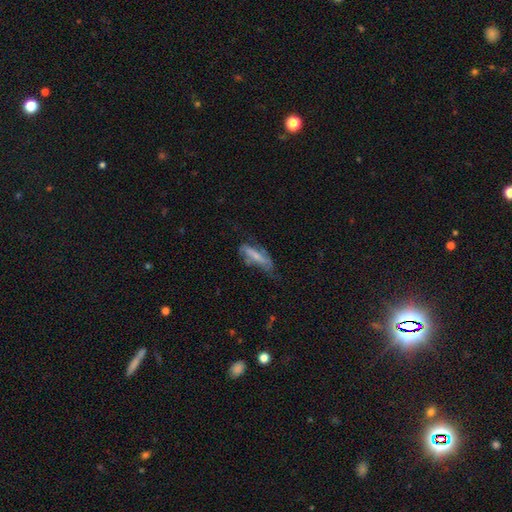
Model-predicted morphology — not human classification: type=smooth (48%); merging=none (41%).